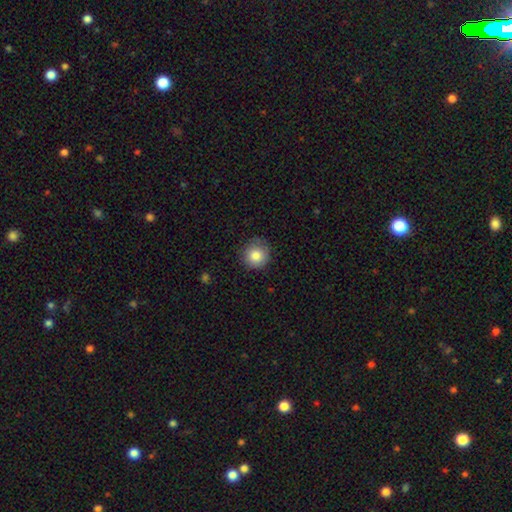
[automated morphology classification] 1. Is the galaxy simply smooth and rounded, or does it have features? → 84% smooth, 9% star or artifact, 7% featured or disk.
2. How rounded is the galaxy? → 92% round, 7% in between, 1% cigar-shaped.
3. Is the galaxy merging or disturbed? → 78% none, 17% minor disturbance, 4% major disturbance, 1% merger.